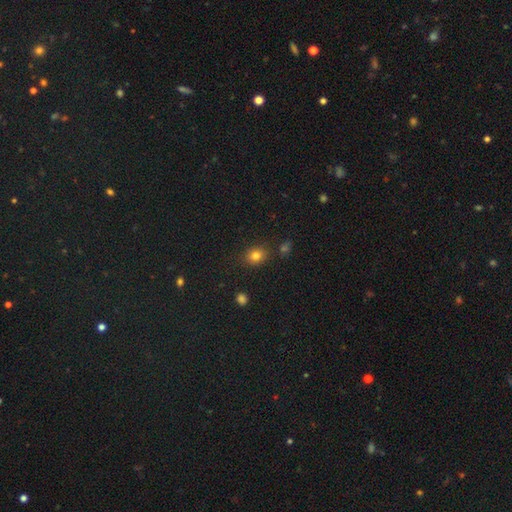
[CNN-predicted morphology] Smooth or featured? smooth (81%)
How rounded? round (58%)
Merging? none (83%)